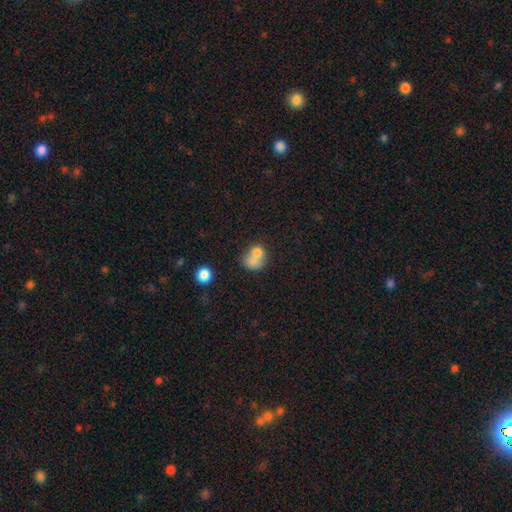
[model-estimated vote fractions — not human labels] Q: Smooth or featured?
A: smooth (73%); runner-up: featured or disk (17%)
Q: How rounded?
A: round (62%); runner-up: in between (37%)
Q: Merging?
A: merger (64%); runner-up: none (24%)